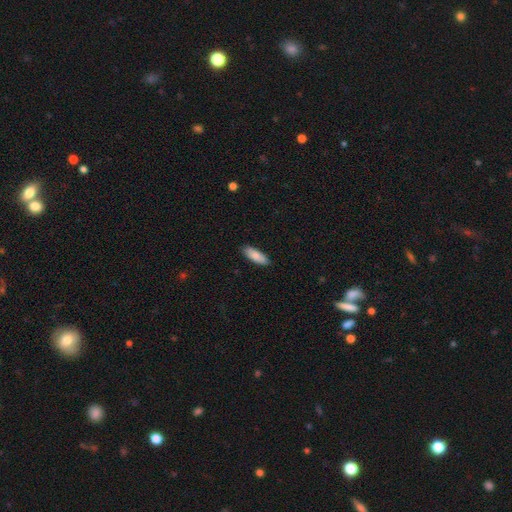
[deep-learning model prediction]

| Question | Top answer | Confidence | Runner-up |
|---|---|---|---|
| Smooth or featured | smooth | 86% | featured or disk (9%) |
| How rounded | in between | 60% | cigar-shaped (38%) |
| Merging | none | 89% | minor disturbance (8%) |